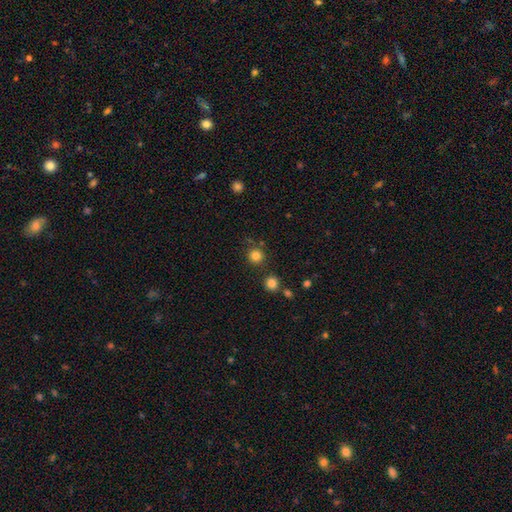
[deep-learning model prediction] This appears to be a smooth galaxy with no disk features (82%) that is round (93%). Merging: none (84%).